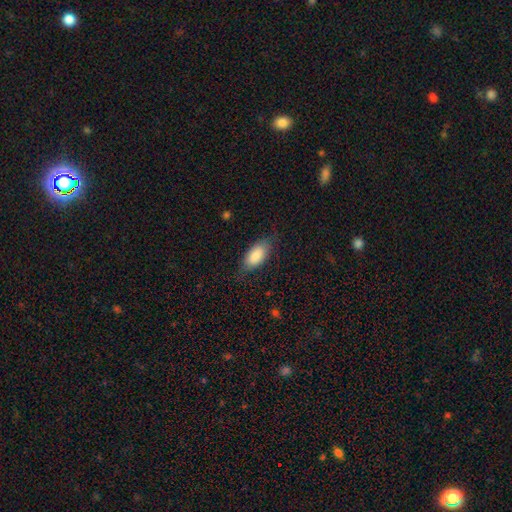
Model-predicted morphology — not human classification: Overall: smooth (82%). How rounded: in between (90%). Merging: none (72%).